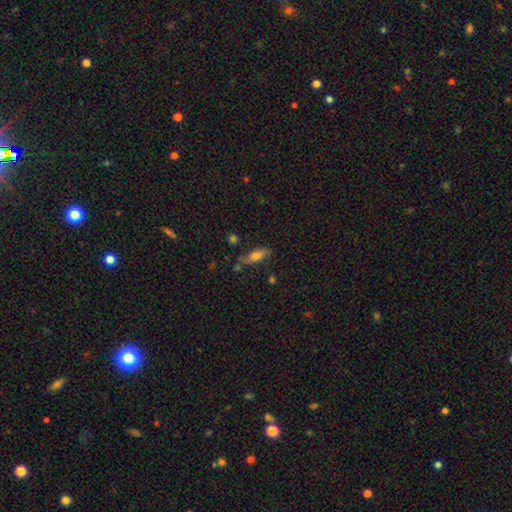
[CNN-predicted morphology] Q: Smooth or featured?
A: smooth (64%); runner-up: featured or disk (27%)
Q: How rounded?
A: in between (67%); runner-up: cigar-shaped (29%)
Q: Merging?
A: none (64%); runner-up: minor disturbance (23%)